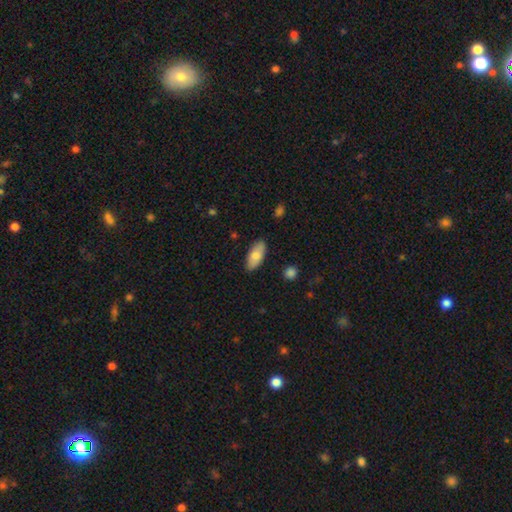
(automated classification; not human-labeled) Smooth or featured? smooth (80%)
How rounded? in between (86%)
Merging? none (86%)